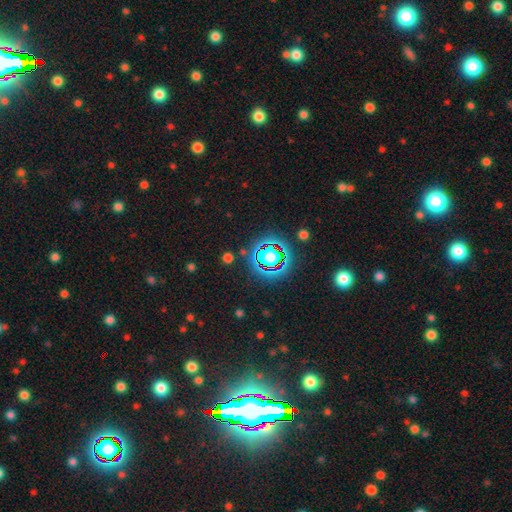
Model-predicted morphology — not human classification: Smooth or featured?
  - star or artifact: 82% *
  - smooth: 10%
  - featured or disk: 8%